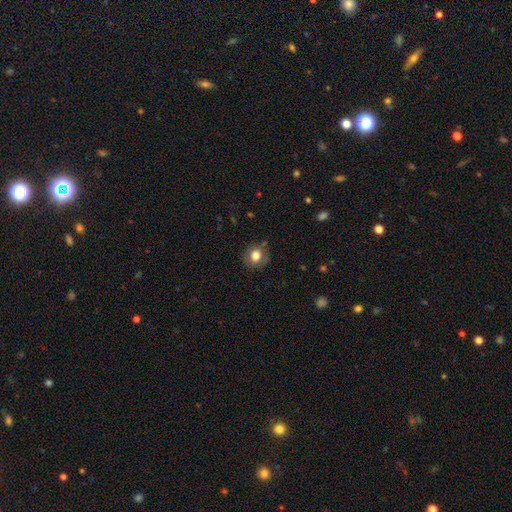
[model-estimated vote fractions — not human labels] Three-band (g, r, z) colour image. It shows a smooth galaxy with no disk features (78%) that is round (84%). Merging: none (80%).